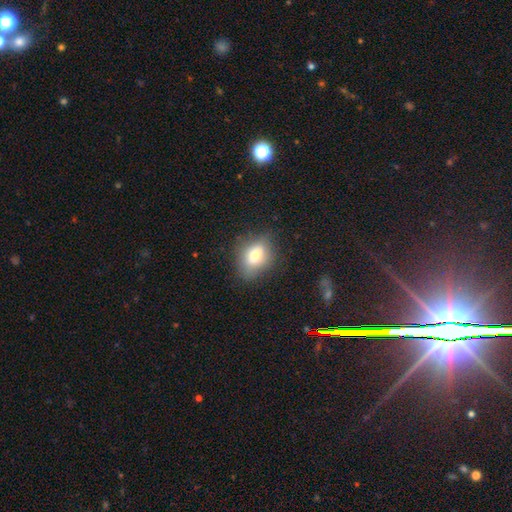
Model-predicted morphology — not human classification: Overall: smooth (74%). How rounded: in between (69%; round 29%). Merging: none (74%).